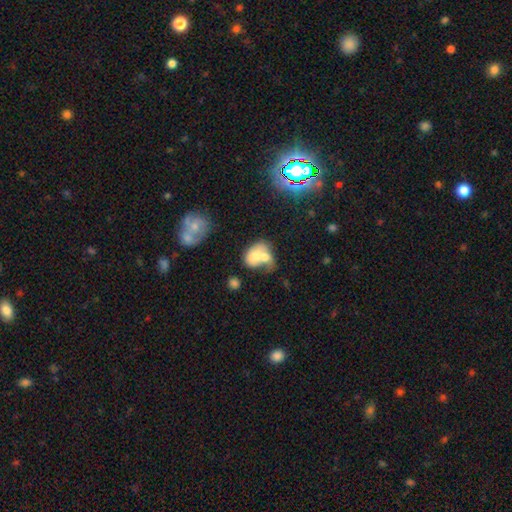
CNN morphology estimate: Q: Smooth or featured?
A: smooth (65%); runner-up: featured or disk (27%)
Q: How rounded?
A: in between (65%); runner-up: round (34%)
Q: Merging?
A: merger (71%); runner-up: none (15%)